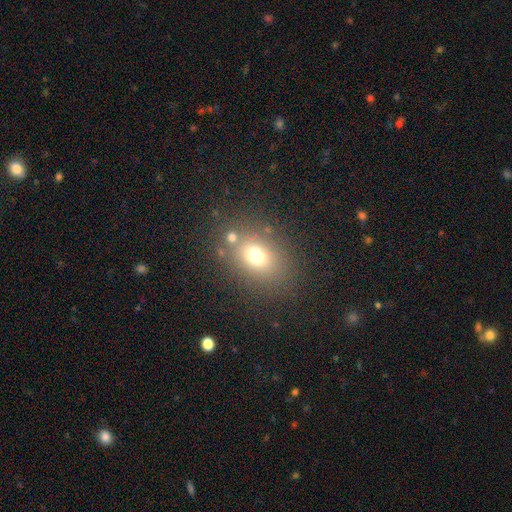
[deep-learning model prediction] This is likely a smooth galaxy (71%). How rounded: likely in between (61%). Merging: likely none (73%).